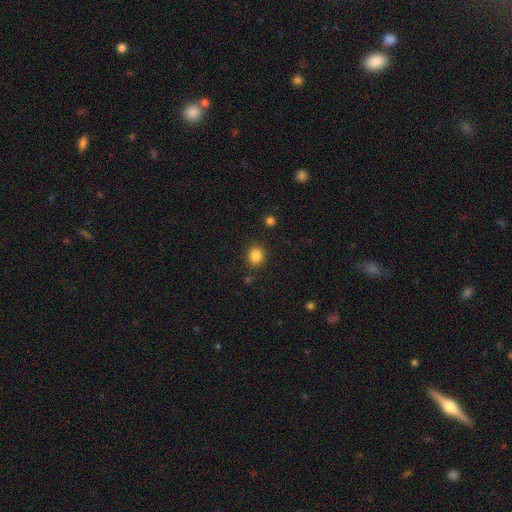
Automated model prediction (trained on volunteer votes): A smooth galaxy with no disk features (85%) that is round (78%). Merging: none (88%).